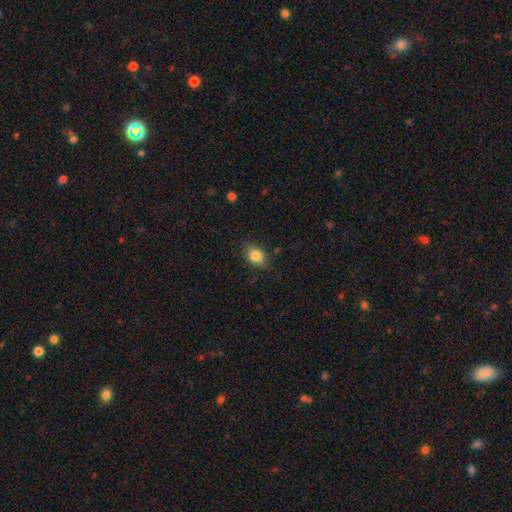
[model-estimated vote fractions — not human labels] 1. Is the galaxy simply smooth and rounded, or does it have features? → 84% smooth, 9% star or artifact, 7% featured or disk.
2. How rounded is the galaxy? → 68% in between, 30% round, 1% cigar-shaped.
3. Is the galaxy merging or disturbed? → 82% none, 13% minor disturbance, 3% major disturbance, 1% merger.